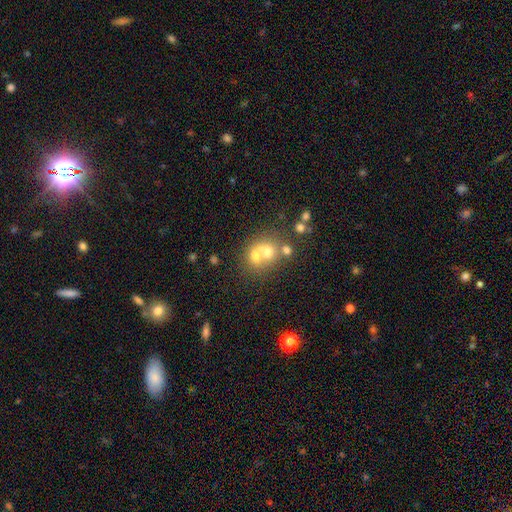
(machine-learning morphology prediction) The model was most divided on "merging": merger: 58%, none: 30%, minor disturbance: 7%, major disturbance: 4%. More confident: how rounded — round (70%); smooth or featured — smooth (59%).